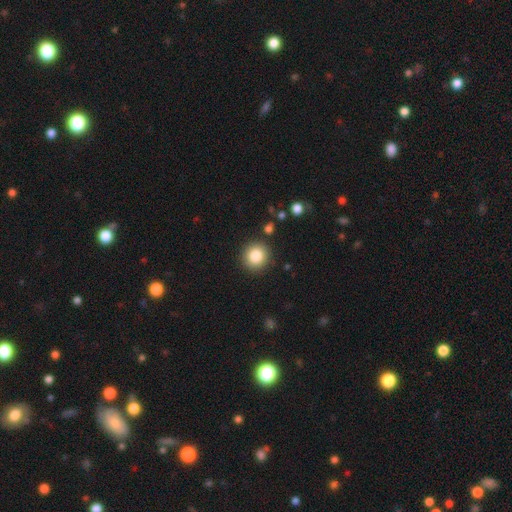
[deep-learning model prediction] smooth-or-featured: smooth: 84% | star or artifact: 10% | featured or disk: 6%
  how-rounded: round: 92% | in between: 7% | cigar-shaped: 1%
  merging: none: 90% | minor disturbance: 6% | major disturbance: 2% | merger: 2%